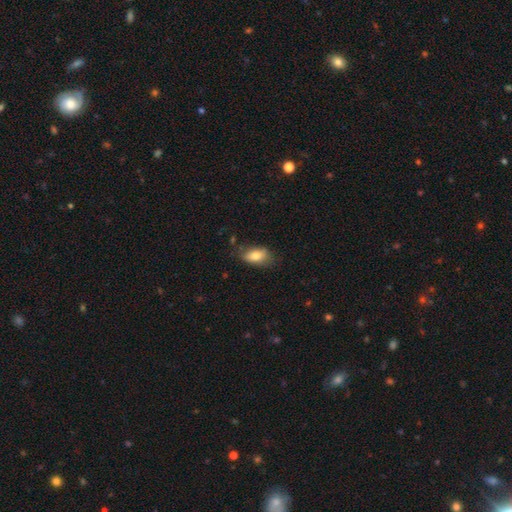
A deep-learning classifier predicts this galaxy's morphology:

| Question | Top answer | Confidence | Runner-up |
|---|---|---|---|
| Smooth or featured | smooth | 79% | featured or disk (14%) |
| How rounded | in between | 89% | round (6%) |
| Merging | none | 67% | minor disturbance (24%) |